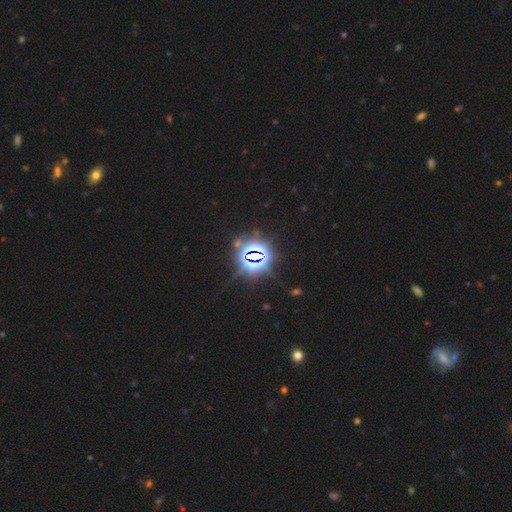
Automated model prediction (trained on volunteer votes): Overall: star or artifact (85%).